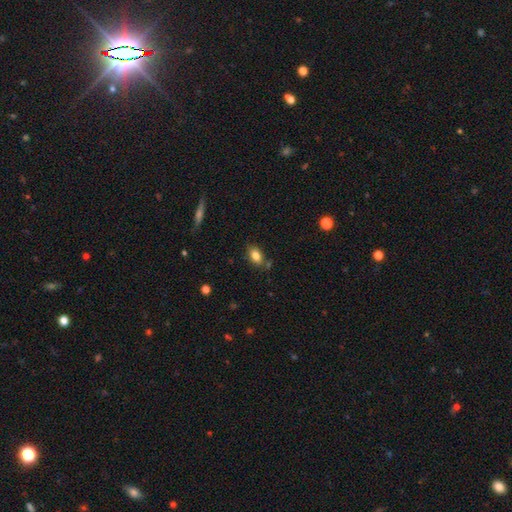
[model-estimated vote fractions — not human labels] A smooth galaxy with no disk features (82%) that is in between round and cigar-shaped (87%). Merging: none (77%).